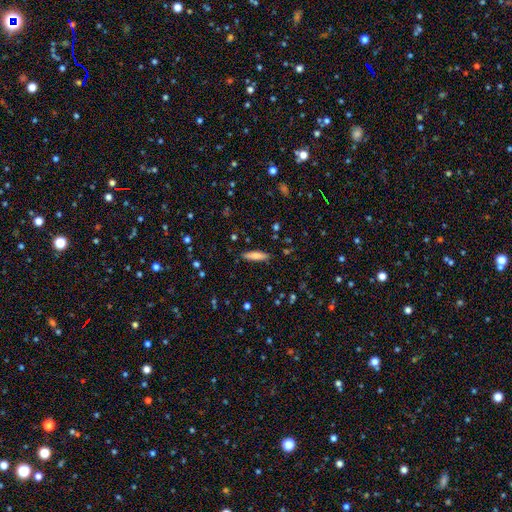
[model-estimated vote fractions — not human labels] This is likely a smooth galaxy (75%). How rounded: likely cigar-shaped (73%). Merging: clearly none (88%).